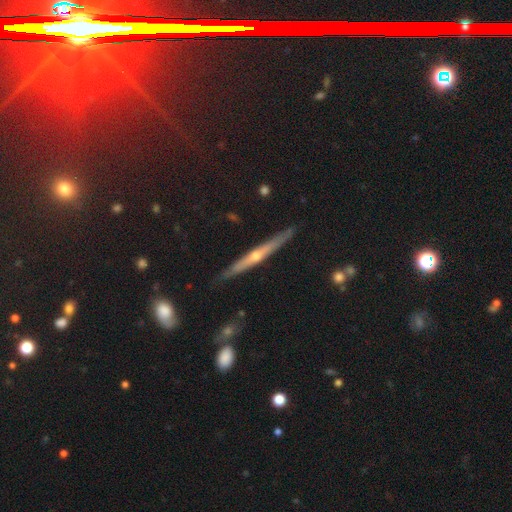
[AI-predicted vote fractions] Q: Smooth or featured?
A: featured or disk (75%); runner-up: smooth (17%)
Q: Edge-on disk?
A: yes (97%); runner-up: no (3%)
Q: Edge-on bulge?
A: rounded (81%); runner-up: none (15%)
Q: Merging?
A: none (87%); runner-up: minor disturbance (10%)